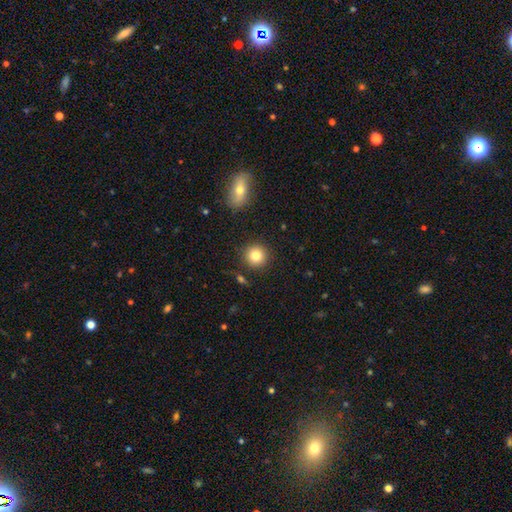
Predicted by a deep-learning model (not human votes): smooth-or-featured: smooth: 83% | star or artifact: 10% | featured or disk: 7%
  how-rounded: round: 92% | in between: 7% | cigar-shaped: 1%
  merging: none: 88% | minor disturbance: 7% | merger: 3% | major disturbance: 2%